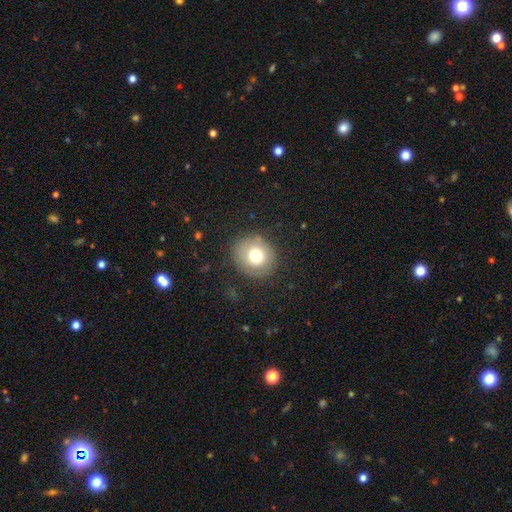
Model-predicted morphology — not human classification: Q: Smooth or featured?
A: smooth (70%); runner-up: featured or disk (19%)
Q: How rounded?
A: round (84%); runner-up: in between (15%)
Q: Merging?
A: none (82%); runner-up: minor disturbance (12%)